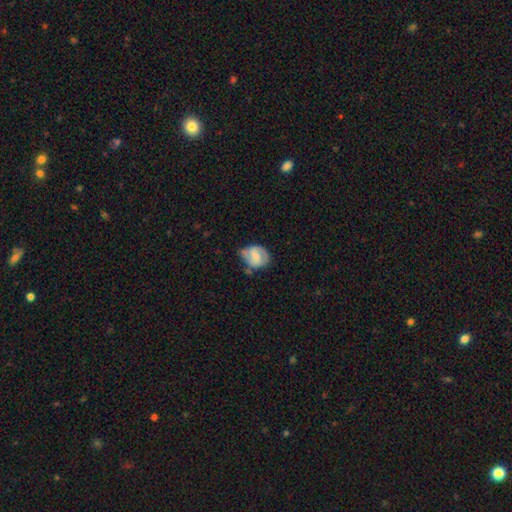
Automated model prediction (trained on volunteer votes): This is possibly a featured or disk galaxy (55%). It is clearly not viewed edge-on (97%). Bar: possibly weak (50%). Spiral arm pattern: clearly yes (82%). Central bulge: marginally small (38%). Merging: possibly none (47%).